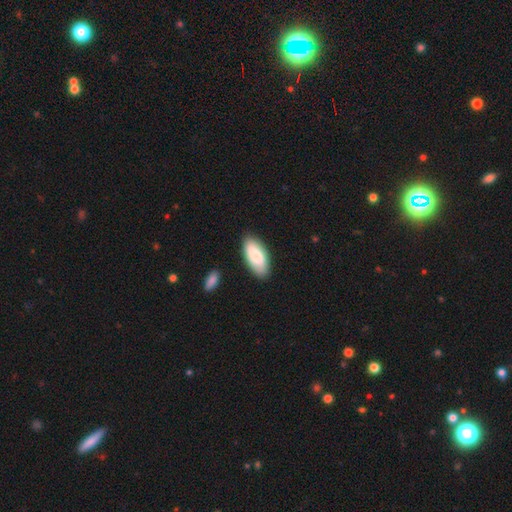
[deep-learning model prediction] Smooth or featured: smooth — 84% (featured or disk — 11%)
How rounded: in between — 89% (cigar-shaped — 9%)
Merging: none — 84% (minor disturbance — 11%)